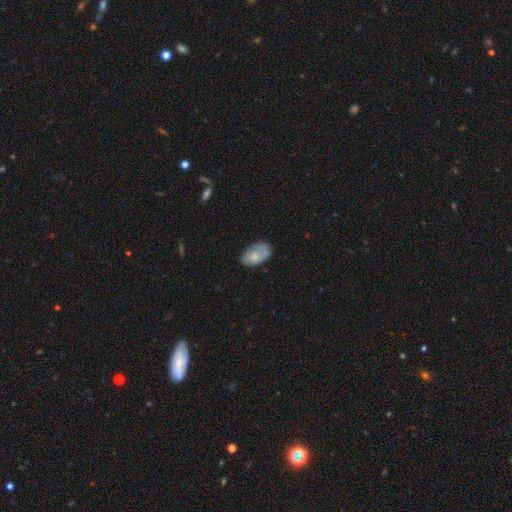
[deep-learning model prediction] This appears to be a smooth galaxy with no disk features (65%) that is in between round and cigar-shaped (91%). Merging: none (57%).